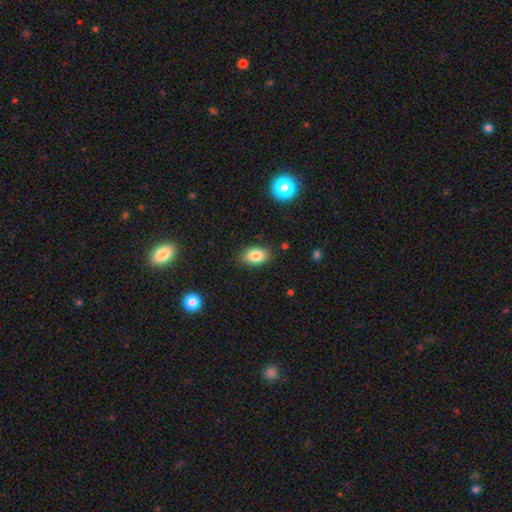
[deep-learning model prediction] Morphology: type=smooth (84%); roundness=in between (88%); merging=none (86%).